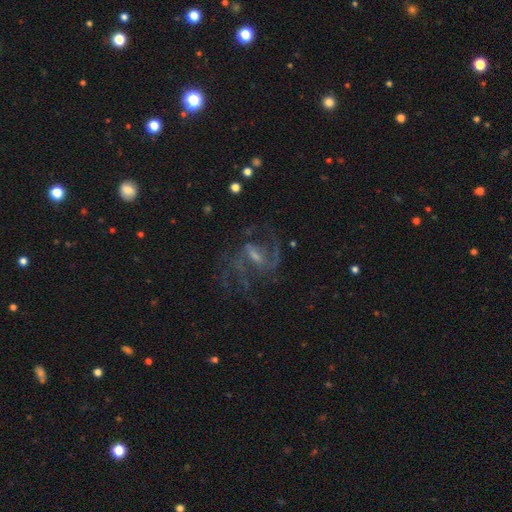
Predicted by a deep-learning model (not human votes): A featured or disk galaxy (84%) with a weak bar (53%), 2 (59%) medium (51%) spiral arms (93%) and a small central bulge (48%).

Vote fractions:
- Smooth or featured? featured or disk: 84% / star or artifact: 8% / smooth: 7%
- Edge-on disk? no: 97% / yes: 3%
- Bar? weak: 53% / strong: 27% / no: 20%
- Spiral arms? yes: 93% / no: 7%
- Spiral winding? medium: 51% / loose: 35% / tight: 15%
- Spiral arm count? 2: 59% / can't tell: 15% / 3: 12% / 1: 6% / 4: 4% / more than 4: 4%
- Bulge size? small: 48% / moderate: 33% / none: 14% / large: 4% / dominant: 1%
- Merging? none: 57% / major disturbance: 25% / minor disturbance: 16% / merger: 2%